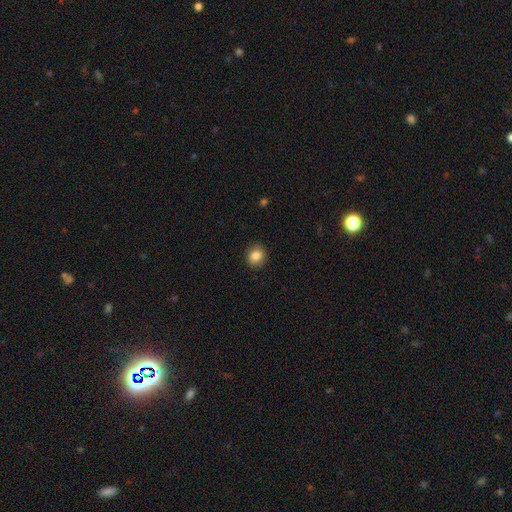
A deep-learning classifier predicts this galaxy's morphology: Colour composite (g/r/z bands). It shows a smooth galaxy with no disk features (84%) that is round (74%). Merging: none (89%).